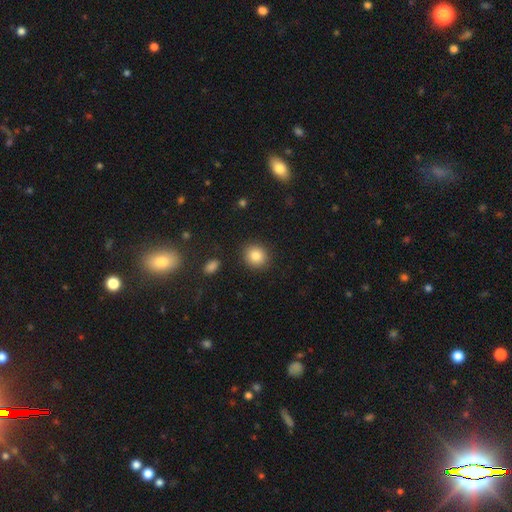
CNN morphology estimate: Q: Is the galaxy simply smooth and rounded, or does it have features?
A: smooth — 85%.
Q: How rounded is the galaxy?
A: round — 79%.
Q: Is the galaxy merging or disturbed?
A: none — 89%.